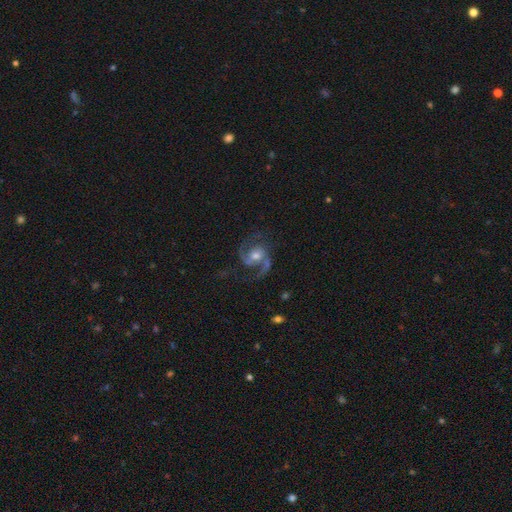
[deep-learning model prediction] smooth-or-featured: featured or disk: 89% | star or artifact: 6% | smooth: 5%
  disk-edge-on: no: 98% | yes: 2%
    bar: no: 50% | weak: 38% | strong: 12%
    has-spiral-arms: yes: 97% | no: 3%
      spiral-winding: medium: 60% | loose: 23% | tight: 17%
      spiral-arm-count: 2: 89% | 3: 3% | 1: 3% | can't tell: 2% | 4: 1% | more than 4: 1%
    bulge-size: moderate: 62% | small: 28% | large: 7% | none: 2% | dominant: 1%
  merging: none: 67% | minor disturbance: 15% | major disturbance: 12% | merger: 5%